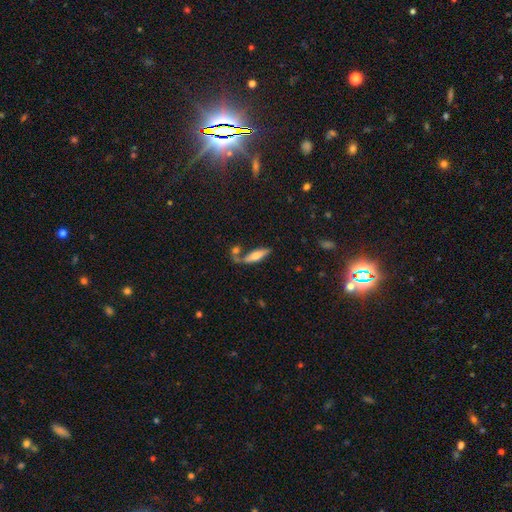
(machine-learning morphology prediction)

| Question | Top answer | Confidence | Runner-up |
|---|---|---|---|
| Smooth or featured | smooth | 53% | featured or disk (39%) |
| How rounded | cigar-shaped | 58% | in between (39%) |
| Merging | none | 53% | merger (25%) |